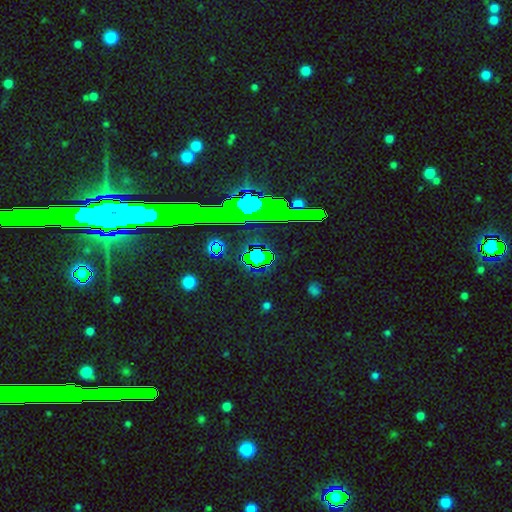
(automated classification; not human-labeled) smooth-or-featured: star or artifact: 81% | smooth: 11% | featured or disk: 8%